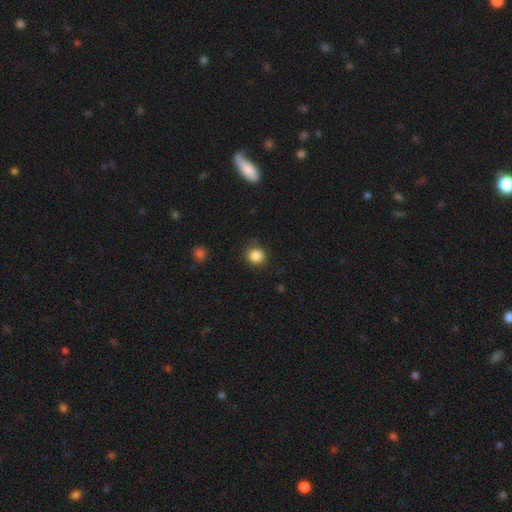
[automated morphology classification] smooth-or-featured: smooth: 85% | star or artifact: 11% | featured or disk: 4%
  how-rounded: round: 85% | in between: 15% | cigar-shaped: 1%
  merging: none: 82% | minor disturbance: 12% | major disturbance: 3% | merger: 2%